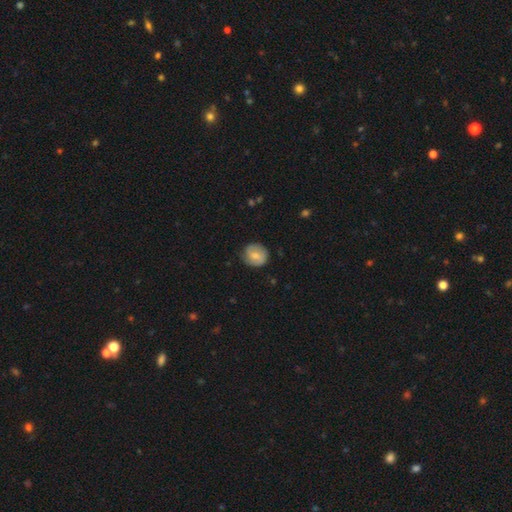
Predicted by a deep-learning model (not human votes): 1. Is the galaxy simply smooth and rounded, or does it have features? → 56% smooth, 37% featured or disk, 7% star or artifact.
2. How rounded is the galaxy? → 84% round, 15% in between, 1% cigar-shaped.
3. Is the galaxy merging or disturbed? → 77% none, 18% minor disturbance, 4% major disturbance, 1% merger.